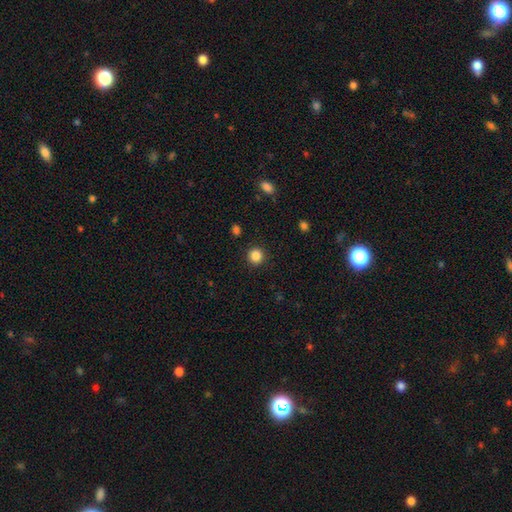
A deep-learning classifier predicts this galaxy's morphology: smooth 86%, star or artifact 11%, featured or disk 4%. Down the decision tree: how rounded — round (93%); merging — none (91%).